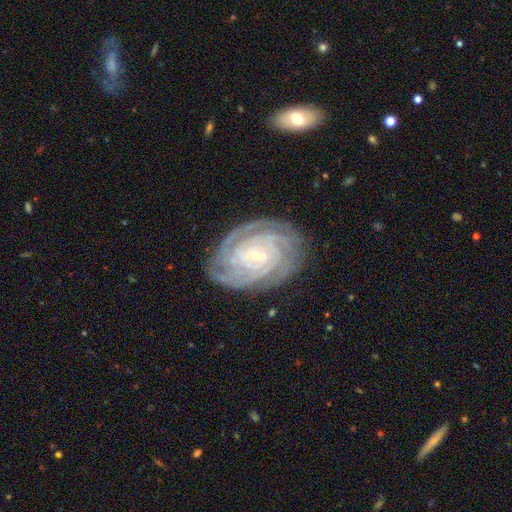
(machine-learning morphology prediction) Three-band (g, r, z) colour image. It shows a featured or disk galaxy (89%) with no bar (57%), 4 (30%) tight (84%) spiral arms (98%) and a small central bulge (83%). Merging: none (81%).